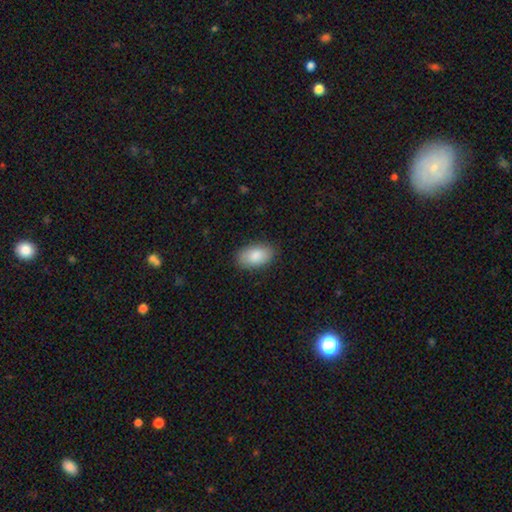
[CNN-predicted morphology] Smooth or featured? Predicted: smooth (p=0.87). How rounded? Predicted: in between (p=0.94). Merging? Predicted: none (p=0.85).